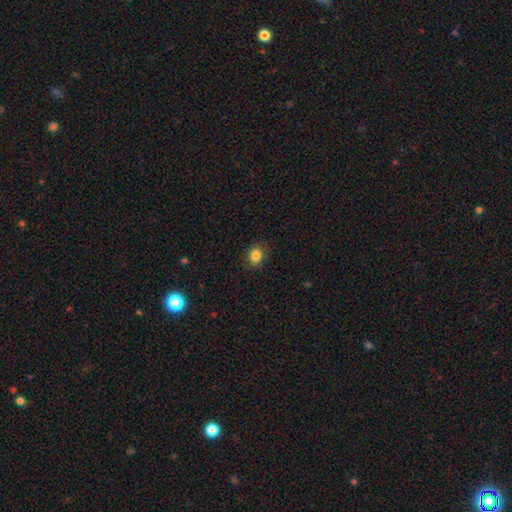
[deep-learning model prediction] smooth-or-featured: smooth: 84% | star or artifact: 10% | featured or disk: 5%
  how-rounded: round: 50% | in between: 49% | cigar-shaped: 1%
  merging: none: 83% | minor disturbance: 13% | major disturbance: 3% | merger: 1%